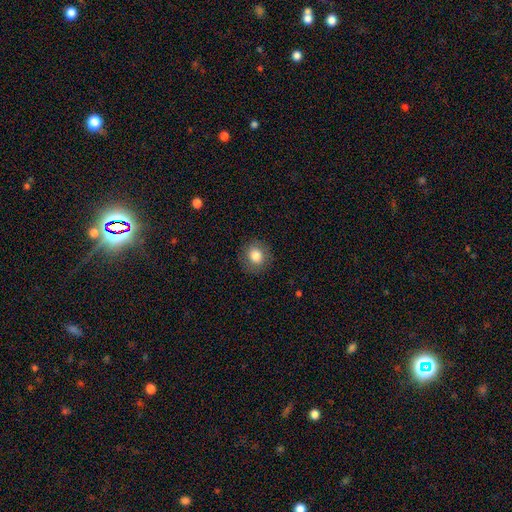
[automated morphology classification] Smooth or featured? smooth (81%)
How rounded? round (82%)
Merging? none (87%)